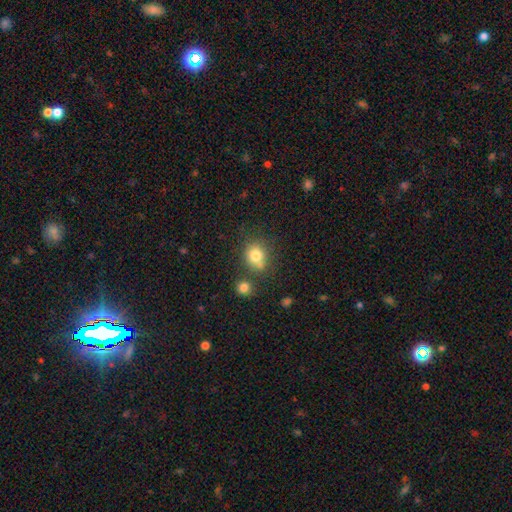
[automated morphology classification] Smooth or featured?
  - smooth: 79% *
  - star or artifact: 12%
  - featured or disk: 9%
How rounded?
  - round: 75% *
  - in between: 24%
  - cigar-shaped: 1%
Merging?
  - none: 60% *
  - merger: 20%
  - minor disturbance: 15%
  - major disturbance: 5%